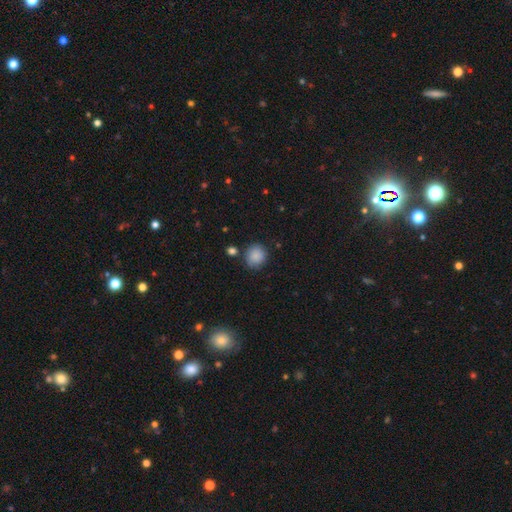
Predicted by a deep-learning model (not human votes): This is clearly a smooth galaxy (87%). How rounded: clearly round (85%). Merging: likely none (79%).